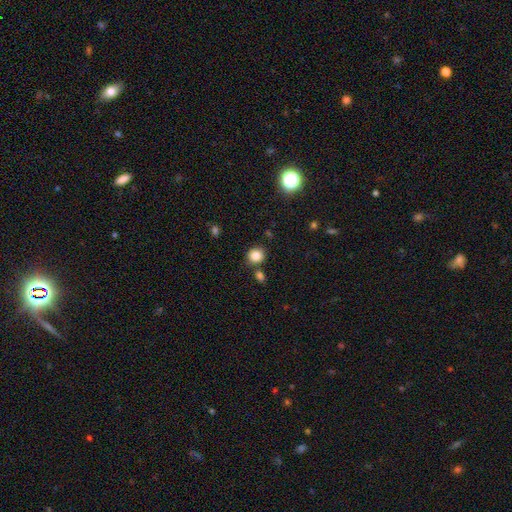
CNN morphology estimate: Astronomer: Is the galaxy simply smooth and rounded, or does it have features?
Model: smooth — 84%.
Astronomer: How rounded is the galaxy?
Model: round — 85%.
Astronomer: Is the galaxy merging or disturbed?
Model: none — 77%.